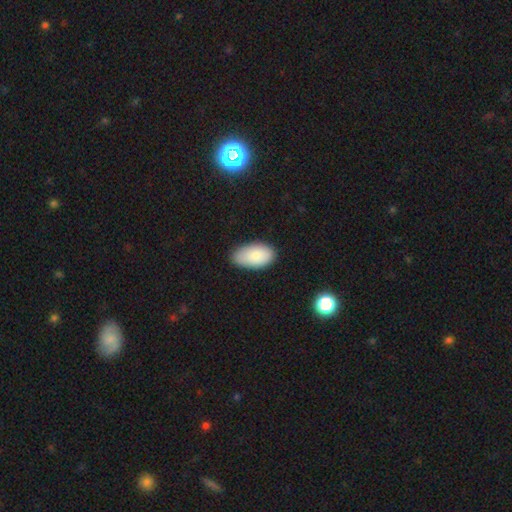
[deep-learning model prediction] smooth_or_featured: smooth (p=0.82) [alt: featured or disk p=0.11]
how_rounded: in between (p=0.95) [alt: round p=0.04]
merging: none (p=0.79) [alt: minor disturbance p=0.17]